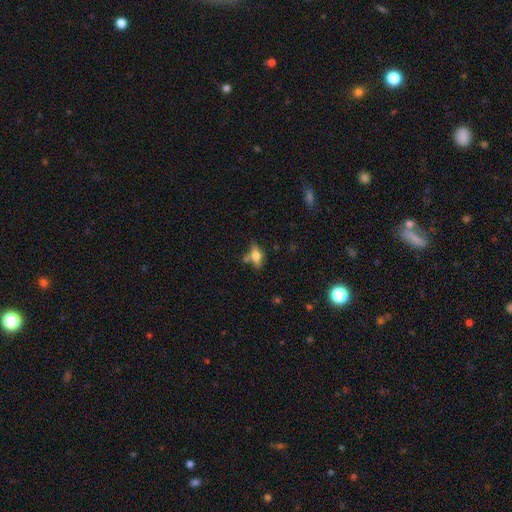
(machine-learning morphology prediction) Overall: smooth (55%; featured or disk 35%). How rounded: in between (71%). Merging: none (55%; minor disturbance 18%).